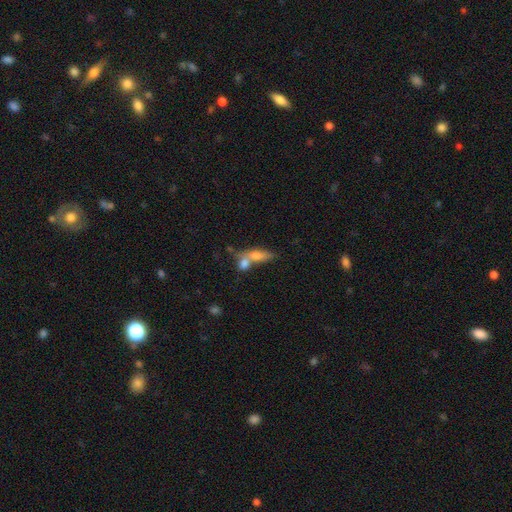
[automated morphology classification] Q: Smooth or featured?
A: smooth (66%); runner-up: featured or disk (24%)
Q: How rounded?
A: in between (51%); runner-up: cigar-shaped (37%)
Q: Merging?
A: merger (50%); runner-up: none (33%)